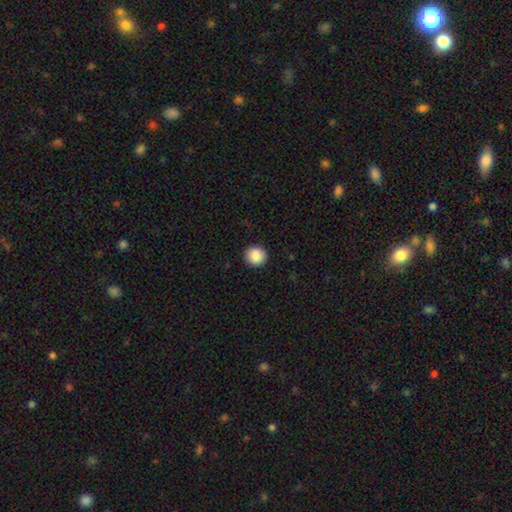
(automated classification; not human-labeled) Q: Smooth or featured?
A: smooth (89%); runner-up: star or artifact (8%)
Q: How rounded?
A: round (94%); runner-up: in between (5%)
Q: Merging?
A: none (92%); runner-up: minor disturbance (5%)